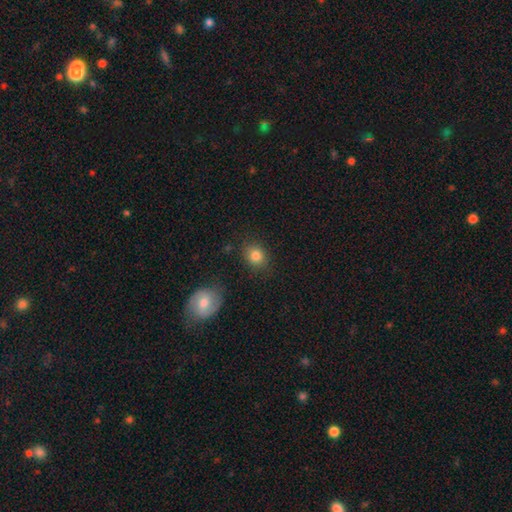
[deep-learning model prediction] Smooth or featured? Predicted: smooth (p=0.83). How rounded? Predicted: round (p=0.61). Merging? Predicted: none (p=0.83).